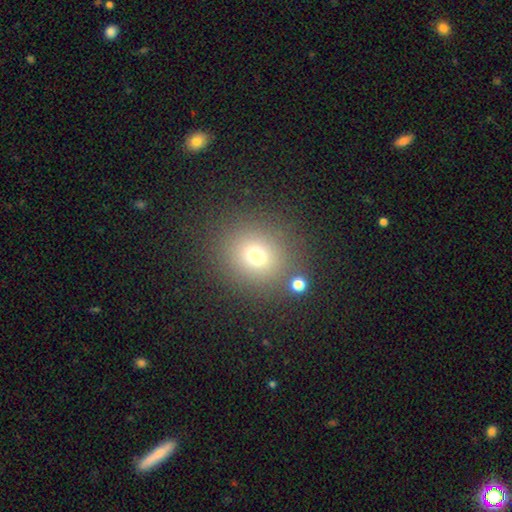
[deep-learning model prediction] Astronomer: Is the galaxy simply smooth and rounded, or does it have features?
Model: smooth — 72%.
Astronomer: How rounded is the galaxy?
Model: round — 83%.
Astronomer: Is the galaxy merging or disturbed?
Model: none — 83%.